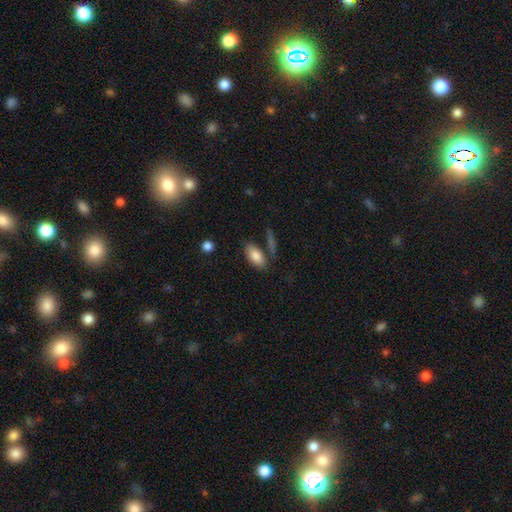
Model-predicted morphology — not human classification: A smooth galaxy with no disk features (84%) that is in between round and cigar-shaped (91%).

Vote fractions:
- Smooth or featured? smooth: 84% / featured or disk: 9% / star or artifact: 7%
- How rounded? in between: 91% / cigar-shaped: 6% / round: 3%
- Merging? none: 73% / minor disturbance: 14% / merger: 9% / major disturbance: 4%